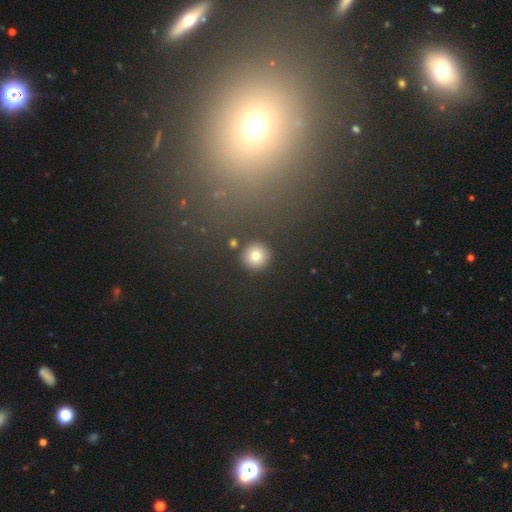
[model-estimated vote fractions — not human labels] Morphology: type=smooth (80%); roundness=round (94%); merging=none (91%).